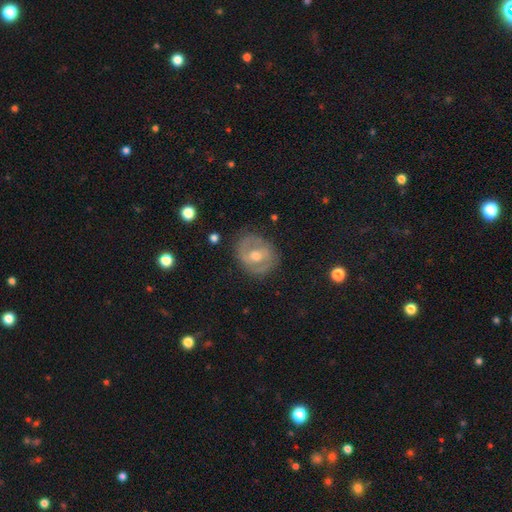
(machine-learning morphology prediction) Smooth or featured: featured or disk — 65% (smooth — 27%)
Edge-on disk: no — 96% (yes — 4%)
Bar: weak — 43% (no — 38%)
Spiral arms: yes — 60% (no — 40%)
Bulge size: moderate — 74% (small — 17%)
Merging: none — 78% (minor disturbance — 15%)